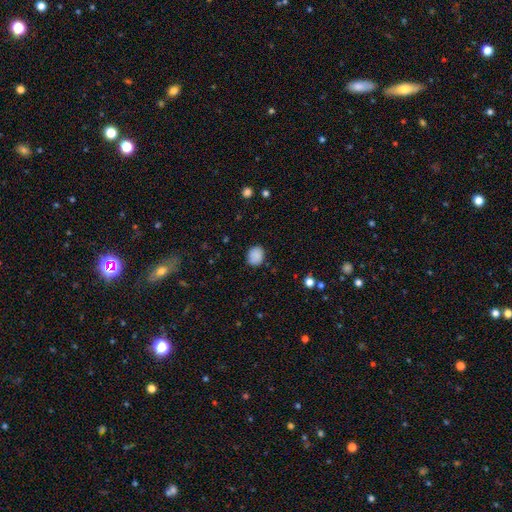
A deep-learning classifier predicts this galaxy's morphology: The model was most divided on "how rounded": round: 61%, in between: 38%, cigar-shaped: 1%. More confident: smooth or featured — smooth (86%); merging — none (78%).